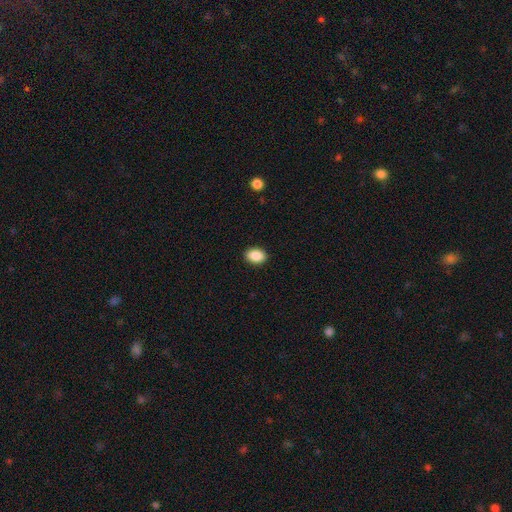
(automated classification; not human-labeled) smooth-or-featured: smooth: 89% | star or artifact: 8% | featured or disk: 3%
  how-rounded: in between: 76% | round: 23% | cigar-shaped: 1%
  merging: none: 91% | minor disturbance: 7% | major disturbance: 2% | merger: 1%